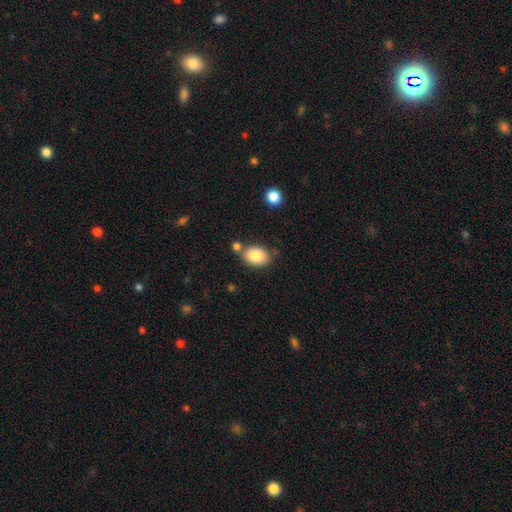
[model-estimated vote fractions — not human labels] The model was most divided on "merging": none: 69%, minor disturbance: 14%, merger: 13%, major disturbance: 4%. More confident: smooth or featured — smooth (85%); how rounded — in between (78%).